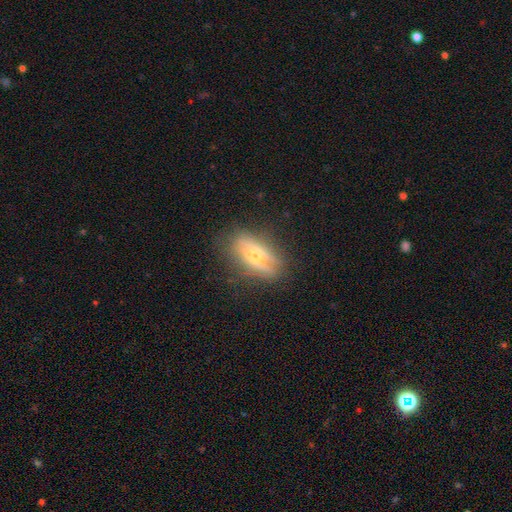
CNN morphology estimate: The model was most divided on "smooth or featured": featured or disk: 60%, smooth: 29%, star or artifact: 12%. More confident: merging — none (77%); edge-on disk — yes (73%).